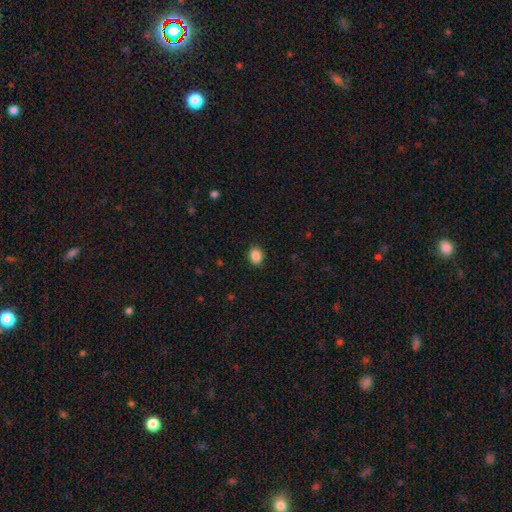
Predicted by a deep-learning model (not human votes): Smooth or featured?
  - smooth: 88% *
  - star or artifact: 9%
  - featured or disk: 3%
How rounded?
  - in between: 54% *
  - round: 45%
  - cigar-shaped: 1%
Merging?
  - none: 90% *
  - minor disturbance: 7%
  - major disturbance: 2%
  - merger: 1%